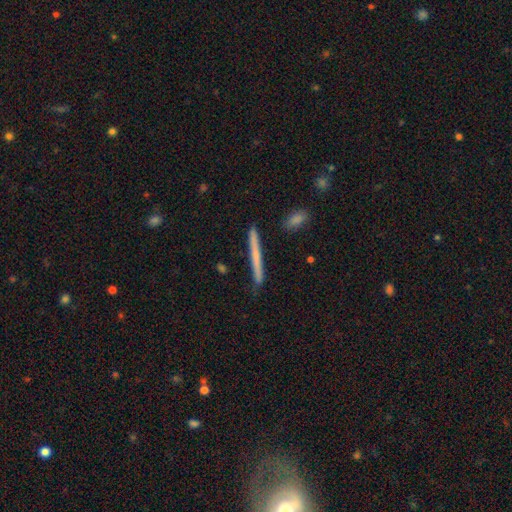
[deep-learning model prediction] Smooth or featured? smooth (53%)
How rounded? cigar-shaped (97%)
Merging? none (89%)